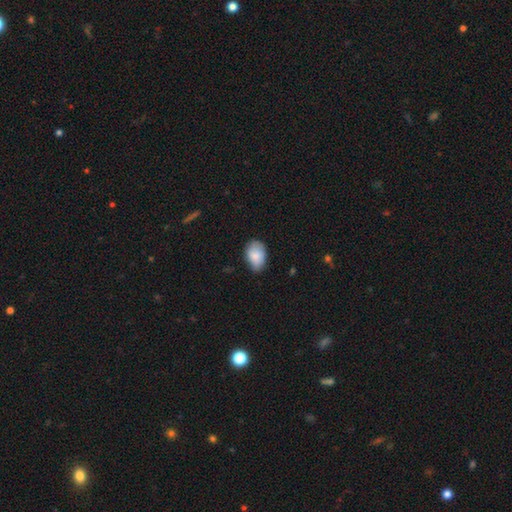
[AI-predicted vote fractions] smooth-or-featured: smooth: 82% | featured or disk: 11% | star or artifact: 7%
  how-rounded: in between: 84% | round: 15% | cigar-shaped: 1%
  merging: none: 68% | minor disturbance: 27% | major disturbance: 4% | merger: 1%